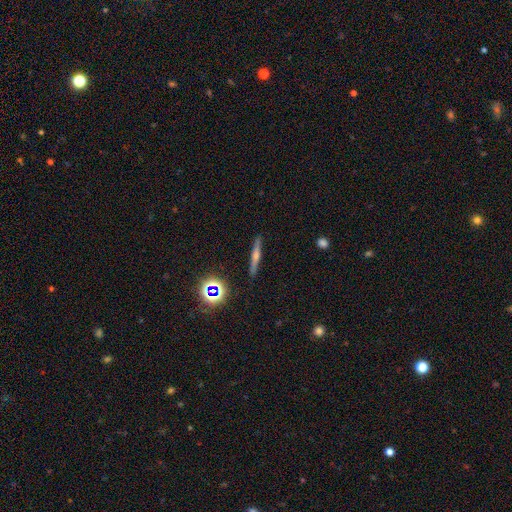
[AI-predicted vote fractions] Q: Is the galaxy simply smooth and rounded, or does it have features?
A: featured or disk — 56%.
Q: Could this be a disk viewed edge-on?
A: yes — 96%.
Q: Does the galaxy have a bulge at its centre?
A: rounded — 84%.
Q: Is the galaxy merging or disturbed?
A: none — 90%.